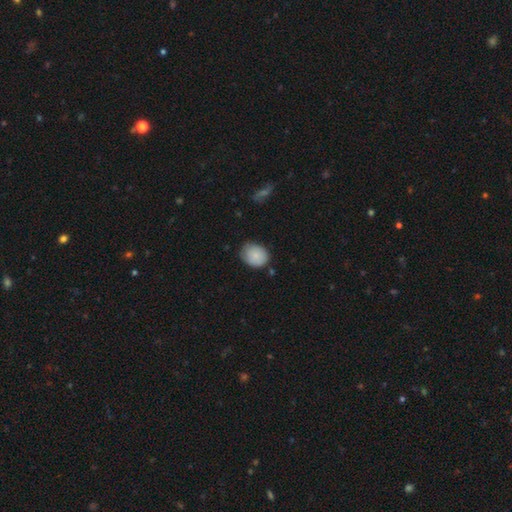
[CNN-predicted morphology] smooth 84%, featured or disk 9%, star or artifact 7%. Down the decision tree: how rounded — in between (50%); merging — none (67%).